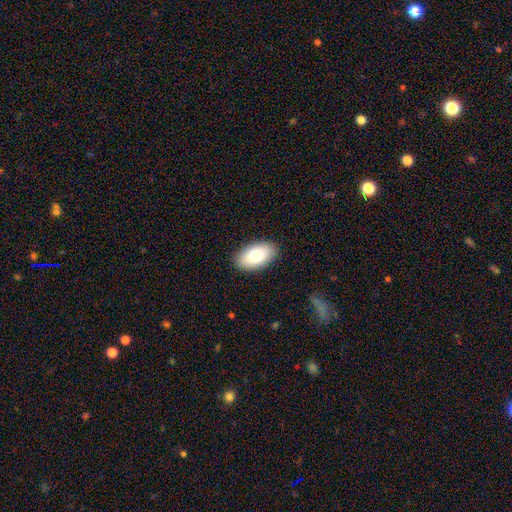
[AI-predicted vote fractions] The model was most divided on "smooth or featured": smooth: 80%, featured or disk: 13%, star or artifact: 7%. More confident: how rounded — in between (95%); merging — none (89%).